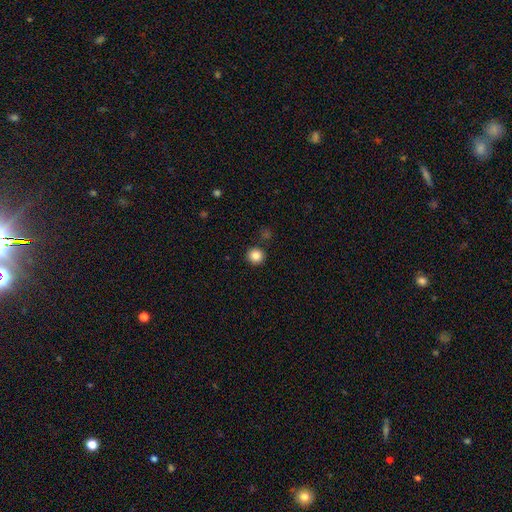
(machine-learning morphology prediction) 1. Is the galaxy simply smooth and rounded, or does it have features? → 86% smooth, 11% star or artifact, 4% featured or disk.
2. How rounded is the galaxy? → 93% round, 6% in between, 1% cigar-shaped.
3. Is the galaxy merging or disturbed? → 90% none, 6% minor disturbance, 3% merger, 2% major disturbance.